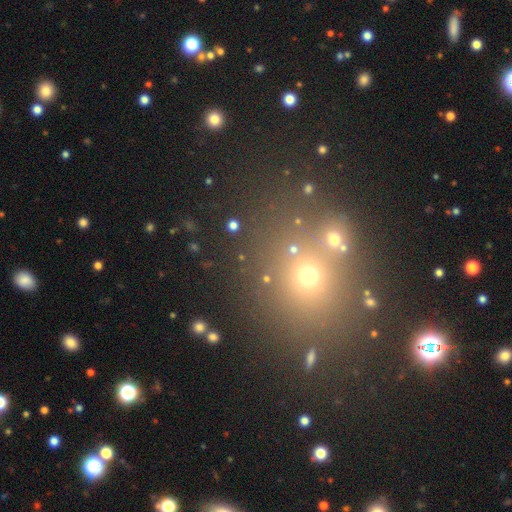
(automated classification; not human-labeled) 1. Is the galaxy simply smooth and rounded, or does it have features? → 48% smooth, 40% star or artifact, 13% featured or disk.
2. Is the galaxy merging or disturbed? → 73% none, 13% merger, 9% minor disturbance, 5% major disturbance.